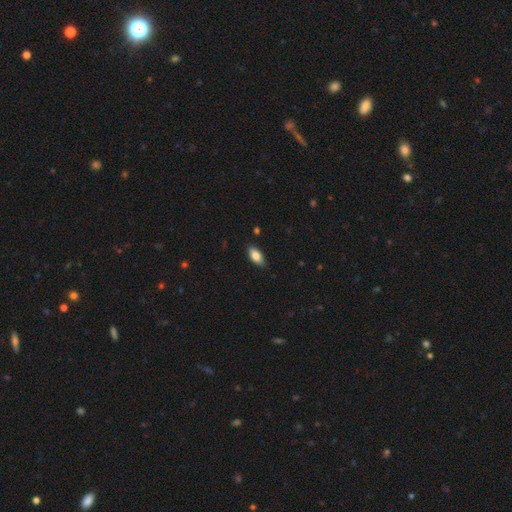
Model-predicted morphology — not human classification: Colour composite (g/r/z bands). It shows a smooth galaxy with no disk features (81%) that is in between round and cigar-shaped (89%). Merging: none (84%).